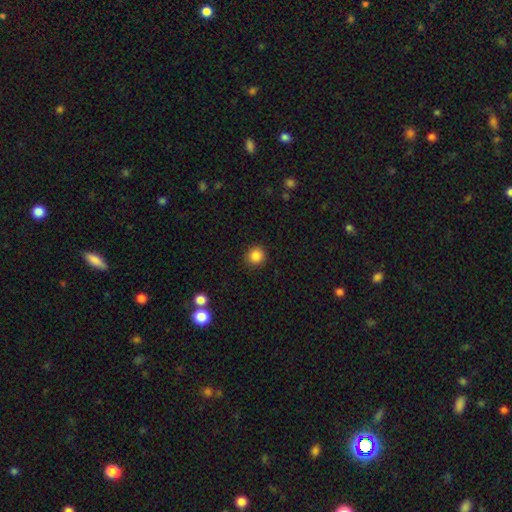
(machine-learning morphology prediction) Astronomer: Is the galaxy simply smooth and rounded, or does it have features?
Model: smooth — 86%.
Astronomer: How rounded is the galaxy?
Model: round — 94%.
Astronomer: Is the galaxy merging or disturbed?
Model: none — 91%.